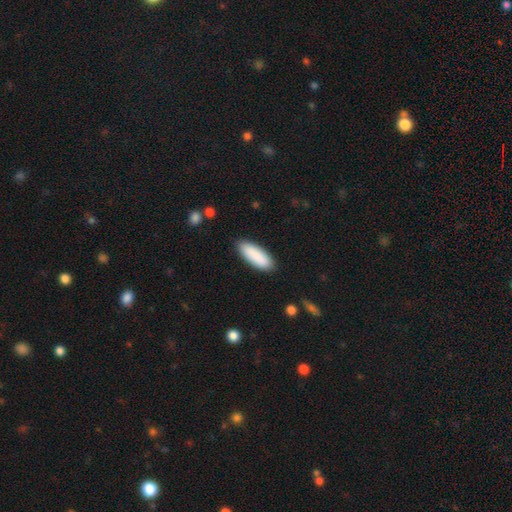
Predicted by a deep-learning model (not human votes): Smooth or featured?
  - smooth: 90% *
  - star or artifact: 5%
  - featured or disk: 5%
How rounded?
  - in between: 68% *
  - cigar-shaped: 31%
  - round: 2%
Merging?
  - none: 89% *
  - minor disturbance: 8%
  - major disturbance: 2%
  - merger: 1%